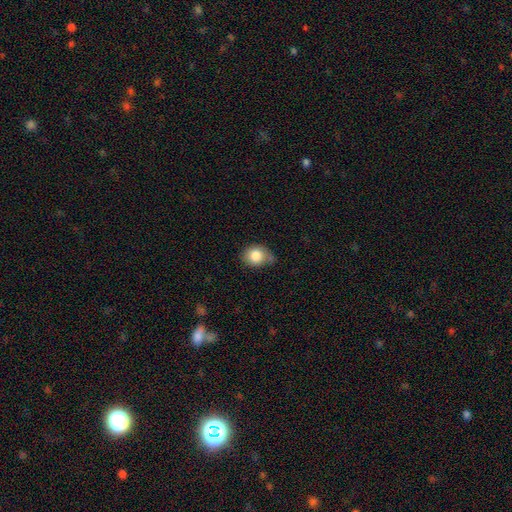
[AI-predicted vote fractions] Smooth or featured: smooth — 83% (star or artifact — 8%)
How rounded: round — 63% (in between — 36%)
Merging: none — 52% (minor disturbance — 35%)